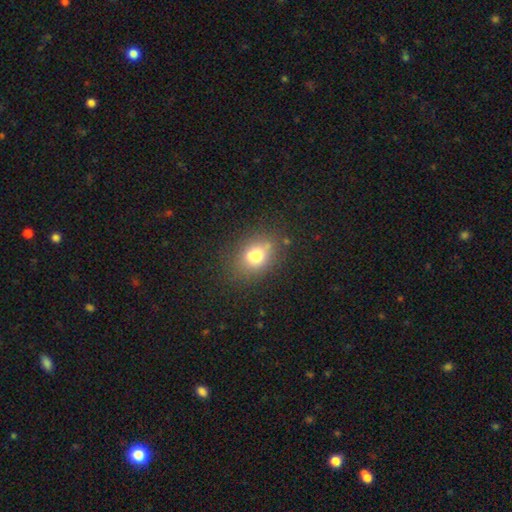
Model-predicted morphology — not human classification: This is likely a smooth galaxy (70%). How rounded: likely in between (62%). Merging: likely none (67%).